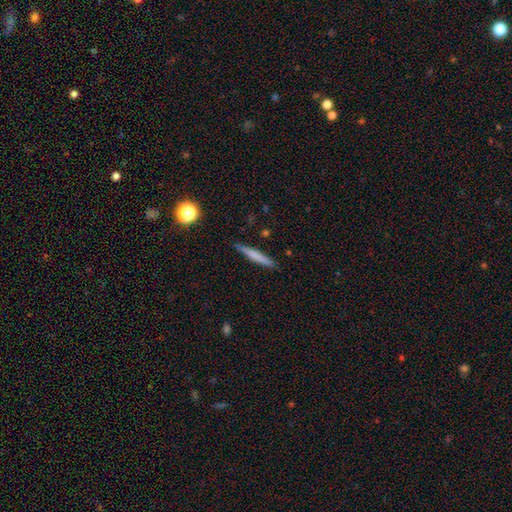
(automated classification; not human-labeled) smooth_or_featured: smooth (p=0.64) [alt: featured or disk p=0.30]
how_rounded: cigar-shaped (p=0.95) [alt: in between p=0.03]
merging: none (p=0.87) [alt: minor disturbance p=0.09]